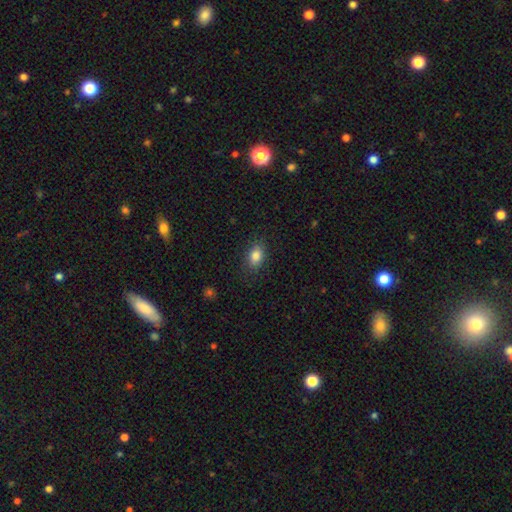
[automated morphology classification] A smooth galaxy with no disk features (84%) that is in between round and cigar-shaped (81%). Merging: none (86%).